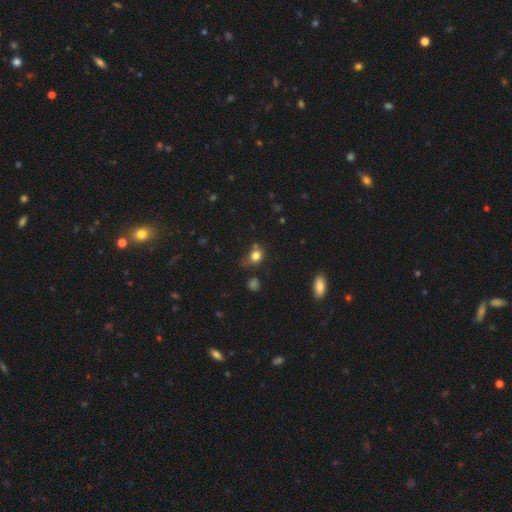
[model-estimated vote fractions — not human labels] A smooth galaxy with no disk features (78%) that is round (69%).

Vote fractions:
- Smooth or featured? smooth: 78% / star or artifact: 13% / featured or disk: 9%
- How rounded? round: 69% / in between: 30% / cigar-shaped: 1%
- Merging? none: 50% / minor disturbance: 28% / major disturbance: 13% / merger: 10%